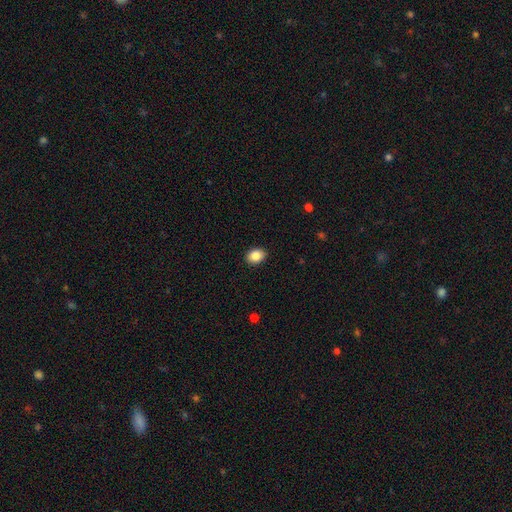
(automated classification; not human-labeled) Overall: smooth (87%). How rounded: in between (64%; round 35%). Merging: none (90%).